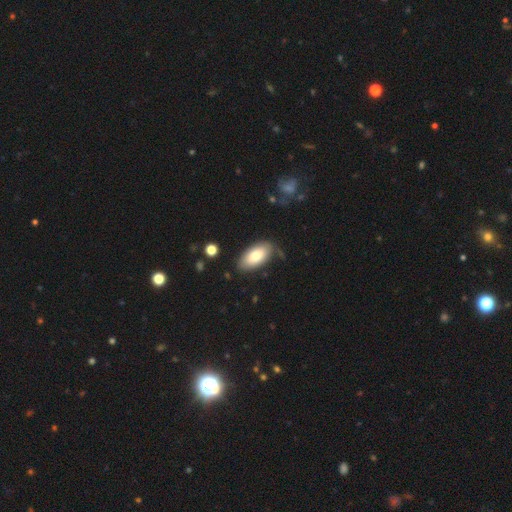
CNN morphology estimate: smooth-or-featured: smooth: 77% | featured or disk: 16% | star or artifact: 6%
  how-rounded: in between: 93% | cigar-shaped: 5% | round: 2%
  merging: none: 78% | minor disturbance: 16% | major disturbance: 4% | merger: 3%